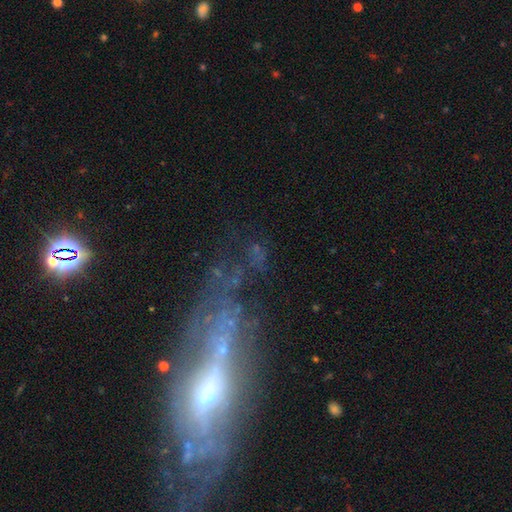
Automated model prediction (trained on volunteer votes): Smooth or featured?
  - featured or disk: 53% *
  - star or artifact: 28%
  - smooth: 20%
Edge-on disk?
  - no: 91% *
  - yes: 9%
Merging?
  - none: 47% *
  - major disturbance: 26%
  - minor disturbance: 17%
  - merger: 11%